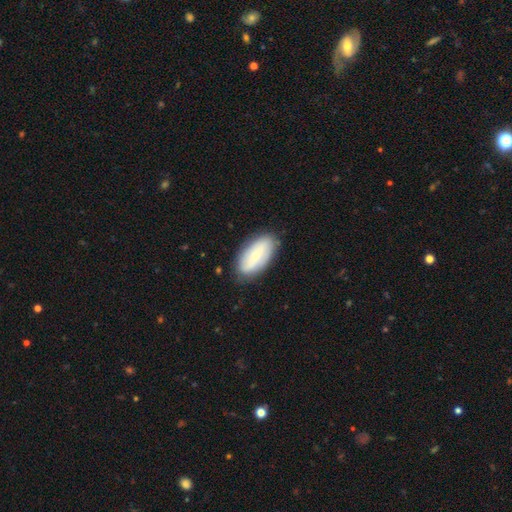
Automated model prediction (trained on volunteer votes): Smooth or featured: smooth — 56% (featured or disk — 38%)
How rounded: in between — 92% (cigar-shaped — 5%)
Merging: none — 82% (minor disturbance — 14%)